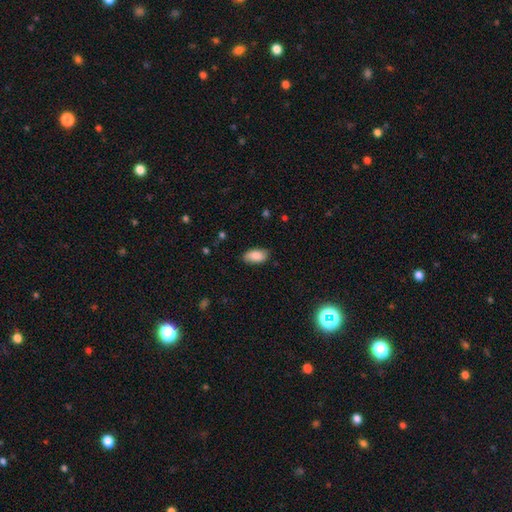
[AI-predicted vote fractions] A smooth galaxy with no disk features (85%) that is in between round and cigar-shaped (93%). Merging: none (81%).